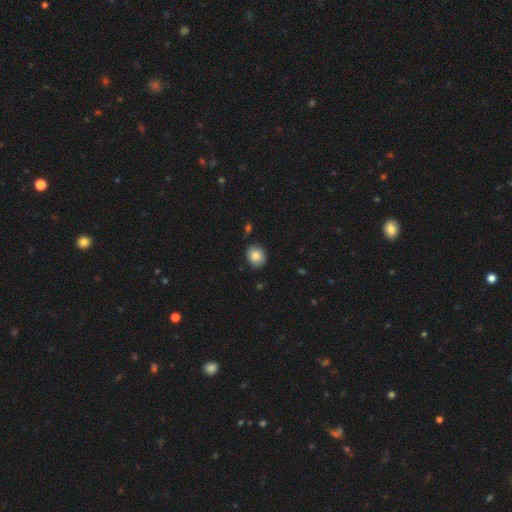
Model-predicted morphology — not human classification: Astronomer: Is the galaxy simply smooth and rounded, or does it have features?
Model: smooth — 83%.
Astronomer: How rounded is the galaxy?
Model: round — 60% (runner-up: in between, 39%).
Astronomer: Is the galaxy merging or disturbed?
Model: none — 85%.